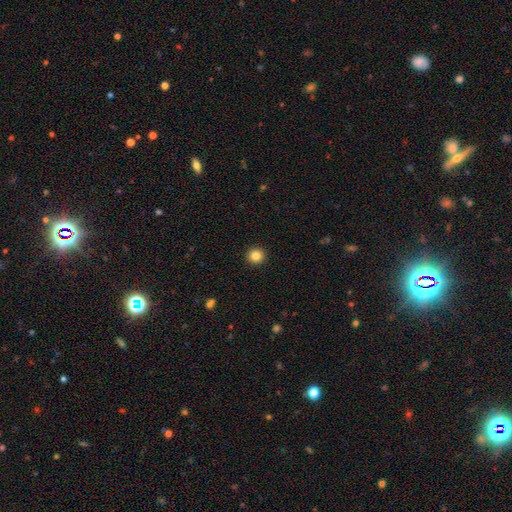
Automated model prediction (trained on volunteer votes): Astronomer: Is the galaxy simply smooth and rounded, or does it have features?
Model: smooth — 84%.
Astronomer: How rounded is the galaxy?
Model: round — 95%.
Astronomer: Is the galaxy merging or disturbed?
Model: none — 94%.